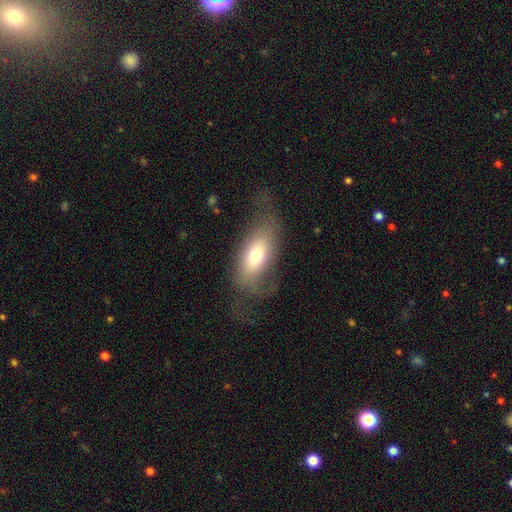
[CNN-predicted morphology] smooth_or_featured: smooth (p=0.61) [alt: featured or disk p=0.30]
how_rounded: in between (p=0.85) [alt: cigar-shaped p=0.09]
merging: none (p=0.48) [alt: major disturbance p=0.27]